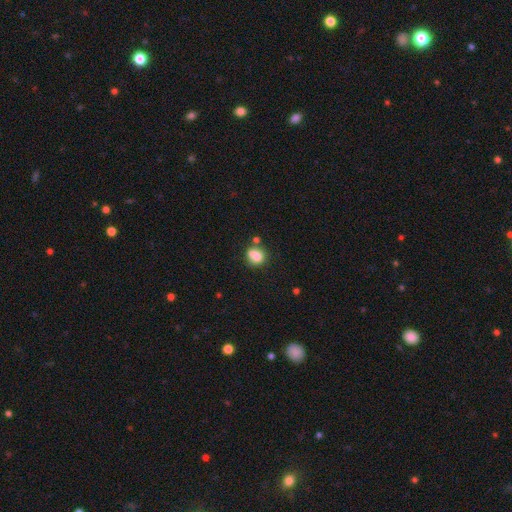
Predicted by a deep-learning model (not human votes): smooth-or-featured: smooth: 79% | featured or disk: 11% | star or artifact: 10%
  how-rounded: round: 63% | in between: 36% | cigar-shaped: 1%
  merging: none: 51% | merger: 25% | minor disturbance: 18% | major disturbance: 6%